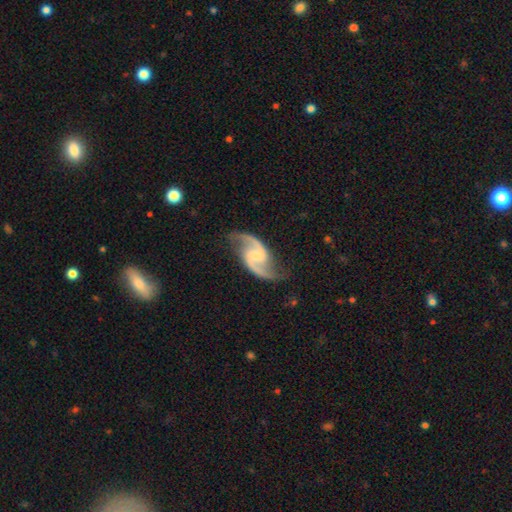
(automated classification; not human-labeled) This is clearly a featured or disk galaxy (92%). It is clearly not viewed edge-on (98%). Bar: possibly weak (52%). Spiral arm pattern: clearly yes (98%). Spiral arm count: clearly 2 (94%). Spiral winding: possibly medium (48%). Central bulge: possibly small (51%). Merging: clearly none (80%).